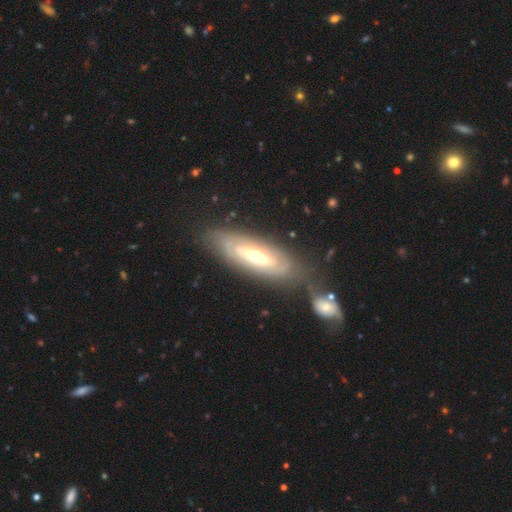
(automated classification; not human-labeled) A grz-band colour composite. It shows a featured or disk galaxy (72%) with no bar (47%), spiral arms (64%) and a moderate central bulge (66%). Merging: none (65%).